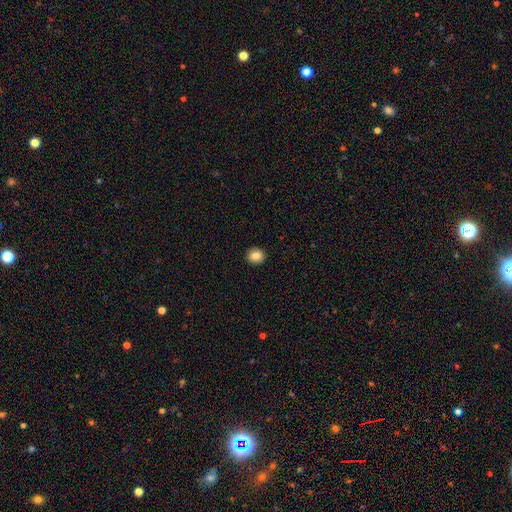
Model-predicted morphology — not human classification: Smooth or featured?
  - smooth: 85% *
  - star or artifact: 9%
  - featured or disk: 6%
How rounded?
  - round: 79% *
  - in between: 20%
  - cigar-shaped: 1%
Merging?
  - none: 93% *
  - minor disturbance: 5%
  - major disturbance: 1%
  - merger: 1%